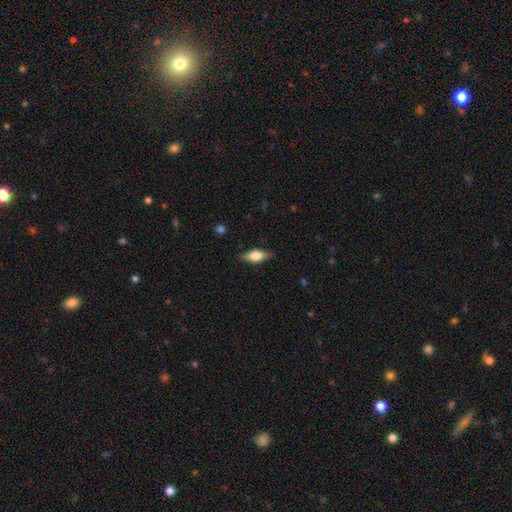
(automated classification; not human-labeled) The model was most divided on "smooth or featured": smooth: 49%, featured or disk: 44%, star or artifact: 7%. More confident: merging — none (83%).